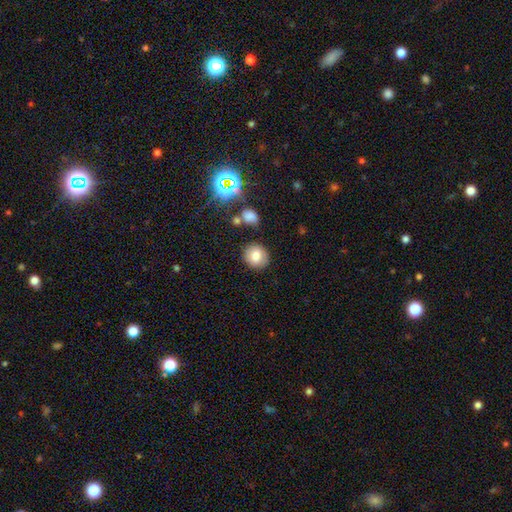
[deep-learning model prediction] Morphology: type=smooth (79%); roundness=round (83%); merging=none (83%).